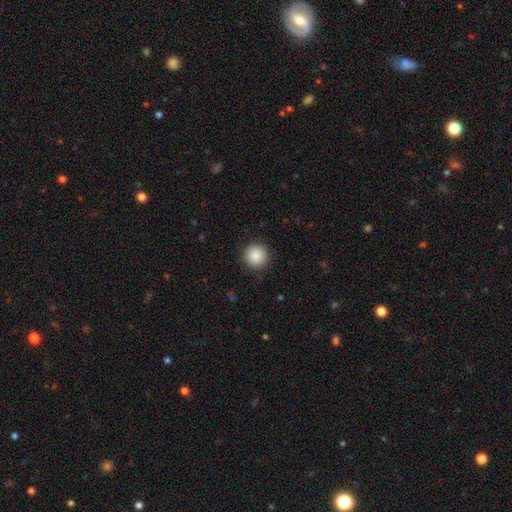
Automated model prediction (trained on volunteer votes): smooth-or-featured: smooth: 87% | star or artifact: 9% | featured or disk: 4%
  how-rounded: round: 96% | in between: 3% | cigar-shaped: 1%
  merging: none: 91% | minor disturbance: 6% | major disturbance: 2% | merger: 1%